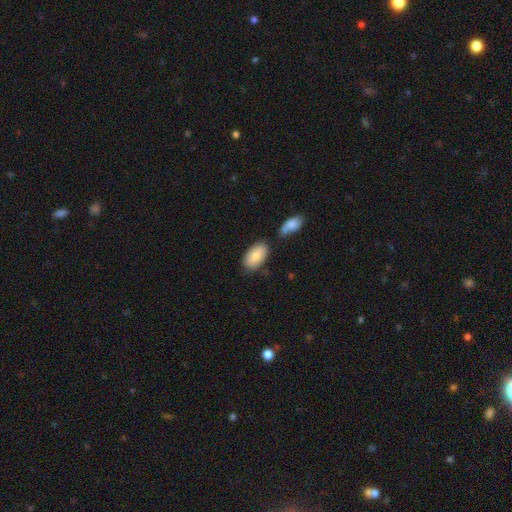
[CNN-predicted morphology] smooth-or-featured: smooth: 79% | featured or disk: 15% | star or artifact: 6%
  how-rounded: in between: 94% | round: 4% | cigar-shaped: 2%
  merging: none: 70% | minor disturbance: 14% | merger: 12% | major disturbance: 4%